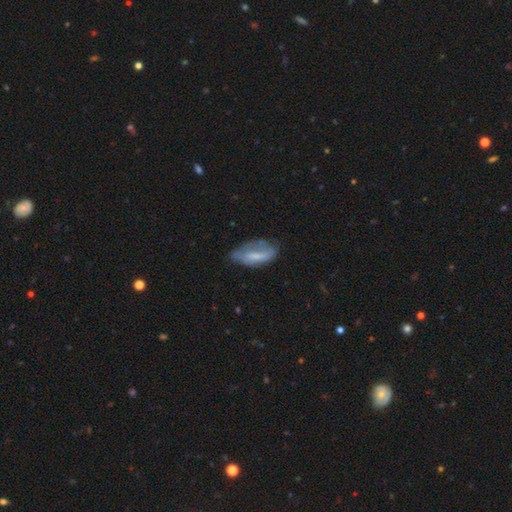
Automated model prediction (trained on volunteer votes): Smooth or featured?
  - smooth: 55% *
  - featured or disk: 38%
  - star or artifact: 8%
How rounded?
  - in between: 82% *
  - cigar-shaped: 16%
  - round: 3%
Merging?
  - none: 43% *
  - minor disturbance: 35%
  - major disturbance: 19%
  - merger: 3%